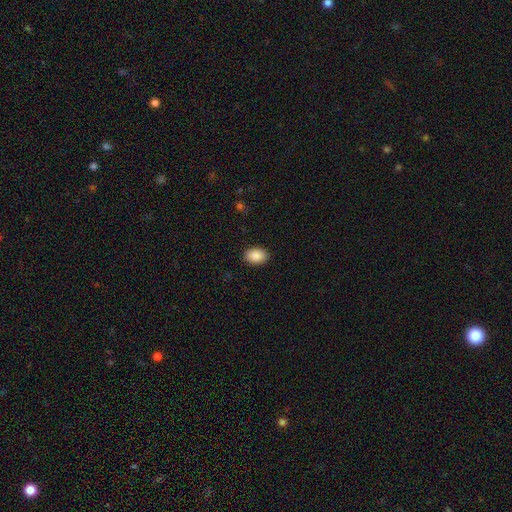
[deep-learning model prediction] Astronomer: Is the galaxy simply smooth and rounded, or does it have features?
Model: smooth — 89%.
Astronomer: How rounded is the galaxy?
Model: in between — 85%.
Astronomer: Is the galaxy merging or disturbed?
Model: none — 90%.